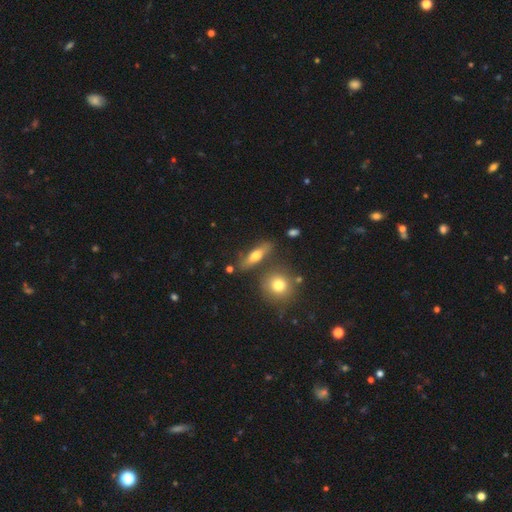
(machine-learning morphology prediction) type=smooth (54%); roundness=cigar-shaped (50%); merging=none (75%).